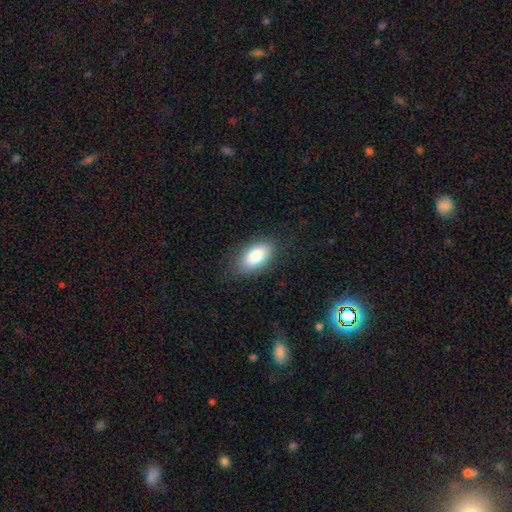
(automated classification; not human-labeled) Smooth or featured: smooth — 83% (featured or disk — 10%)
How rounded: in between — 92% (cigar-shaped — 4%)
Merging: none — 83% (minor disturbance — 13%)